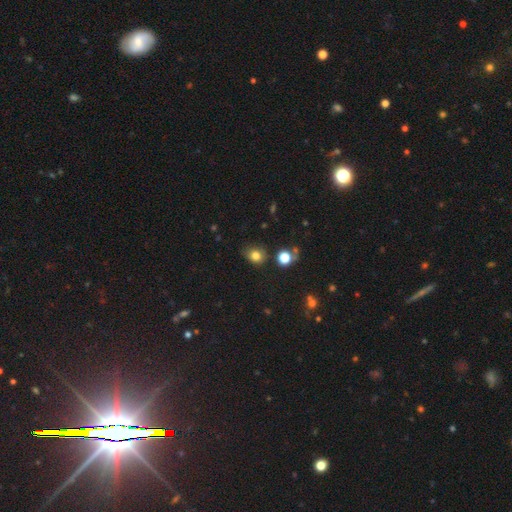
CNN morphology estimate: Smooth or featured: smooth — 80% (star or artifact — 14%)
How rounded: round — 67% (in between — 32%)
Merging: none — 76% (minor disturbance — 16%)